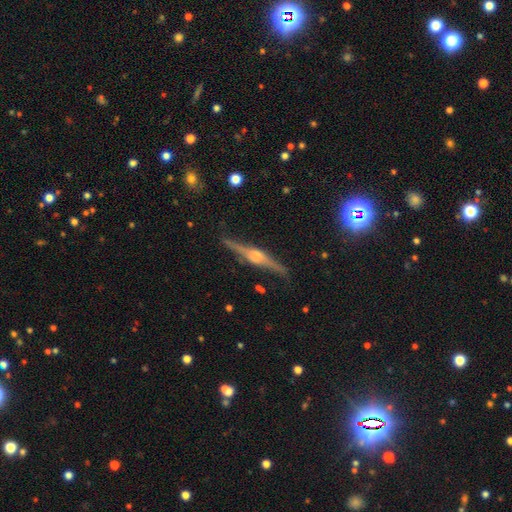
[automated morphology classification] type=featured or disk (83%); edge-on=yes (97%); edge-on bulge=rounded (76%); merging=none (87%).